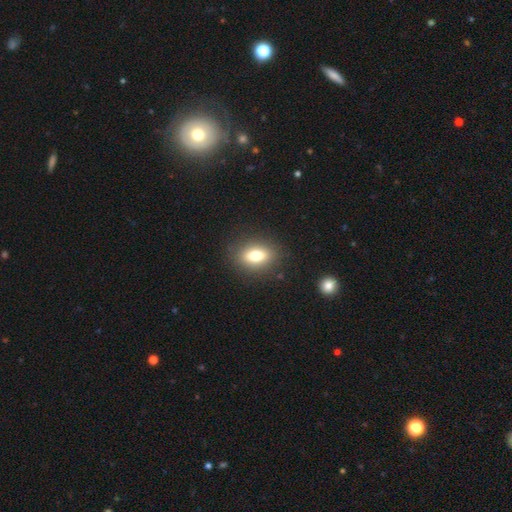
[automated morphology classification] A smooth galaxy with no disk features (73%) that is in between round and cigar-shaped (75%).

Vote fractions:
- Smooth or featured? smooth: 73% / featured or disk: 17% / star or artifact: 10%
- How rounded? in between: 75% / round: 17% / cigar-shaped: 7%
- Merging? none: 87% / minor disturbance: 8% / major disturbance: 3% / merger: 1%